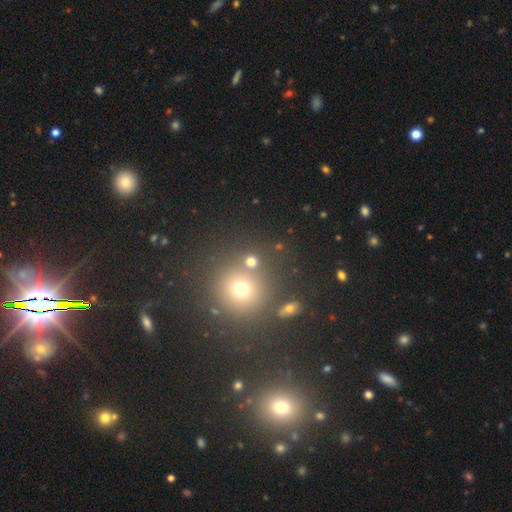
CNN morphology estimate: Smooth or featured?
  - star or artifact: 46% *
  - smooth: 45%
  - featured or disk: 9%